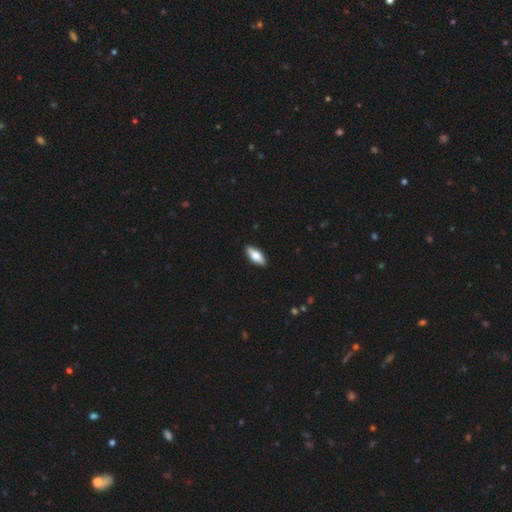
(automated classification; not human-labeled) The model was most divided on "smooth or featured": smooth: 70%, featured or disk: 24%, star or artifact: 6%. More confident: merging — none (90%); how rounded — in between (75%).